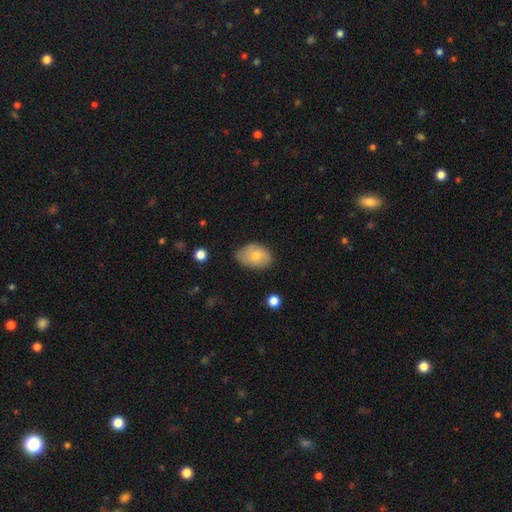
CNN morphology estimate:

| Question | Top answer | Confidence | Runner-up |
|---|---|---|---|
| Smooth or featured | smooth | 74% | featured or disk (19%) |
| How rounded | in between | 86% | round (13%) |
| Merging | none | 69% | minor disturbance (25%) |